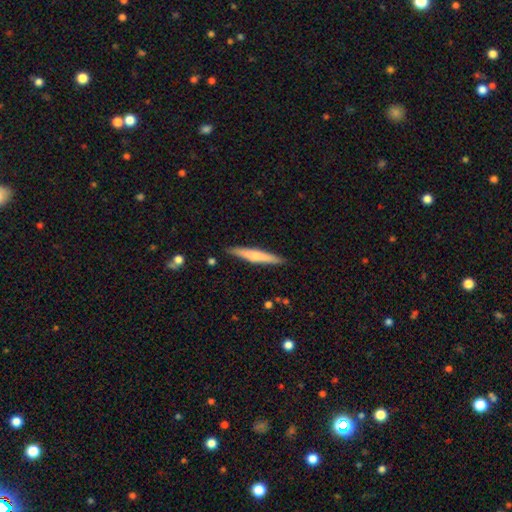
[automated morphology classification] Smooth or featured? smooth (58%)
How rounded? cigar-shaped (93%)
Merging? none (89%)